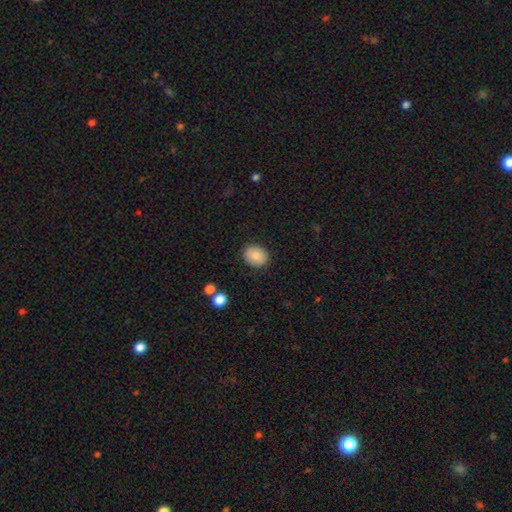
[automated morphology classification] type=smooth (83%); roundness=in between (56%); merging=none (87%).